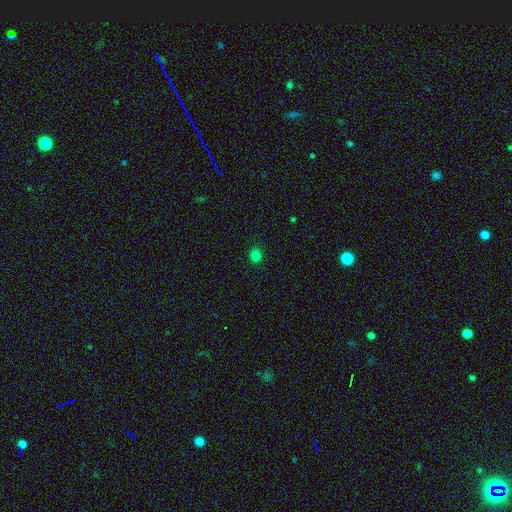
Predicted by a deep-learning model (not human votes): A smooth galaxy with no disk features (80%) that is round (78%).

Vote fractions:
- Smooth or featured? smooth: 80% / star or artifact: 17% / featured or disk: 3%
- How rounded? round: 78% / in between: 21% / cigar-shaped: 1%
- Merging? none: 88% / minor disturbance: 9% / major disturbance: 2% / merger: 1%